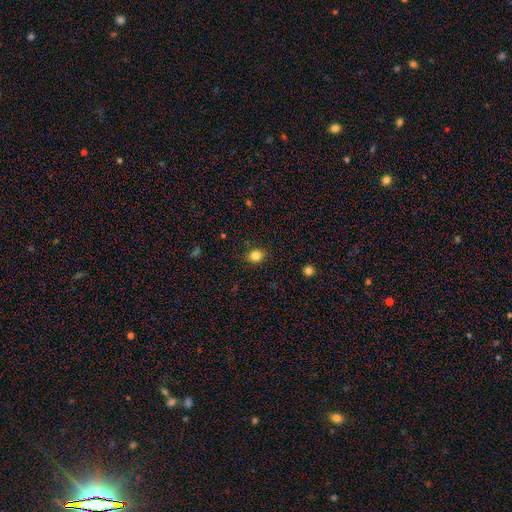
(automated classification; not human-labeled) This appears to be a smooth galaxy with no disk features (84%) that is round (51%). Merging: none (87%).